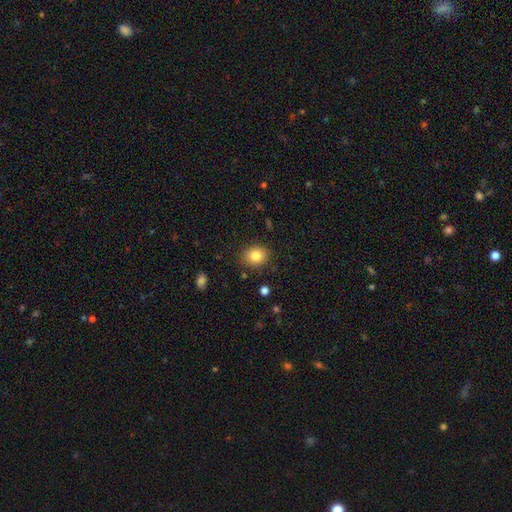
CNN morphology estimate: smooth 84%, star or artifact 10%, featured or disk 6%. Down the decision tree: how rounded — round (68%); merging — none (86%).